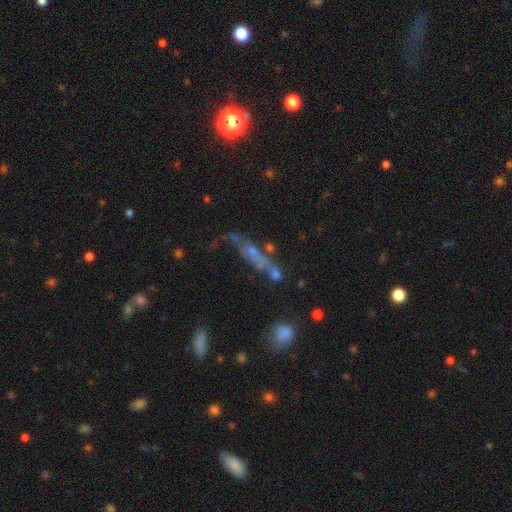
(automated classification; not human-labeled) A featured or disk galaxy (41%).

Vote fractions:
- Smooth or featured? featured or disk: 41% / smooth: 40% / star or artifact: 19%
- Merging? none: 41% / minor disturbance: 21% / merger: 19% / major disturbance: 19%